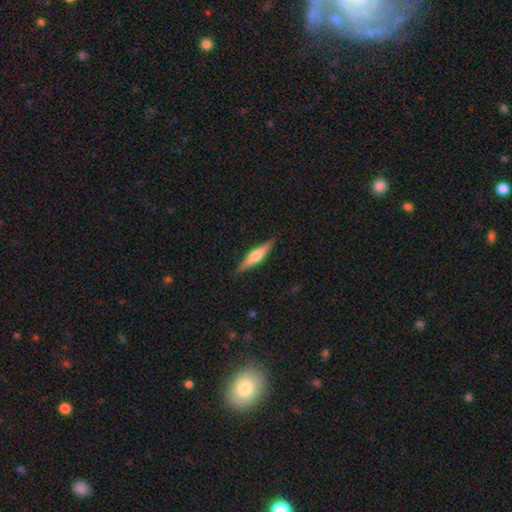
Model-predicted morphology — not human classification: The model was most divided on "smooth or featured": featured or disk: 57%, smooth: 37%, star or artifact: 6%. More confident: edge-on disk — yes (96%); edge-on bulge — rounded (88%); merging — none (88%).